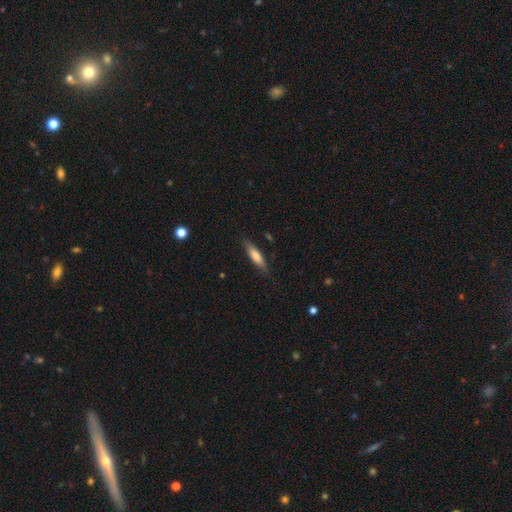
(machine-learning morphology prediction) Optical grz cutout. It shows a smooth galaxy with no disk features (66%) that is cigar-shaped (74%). Merging: none (83%).